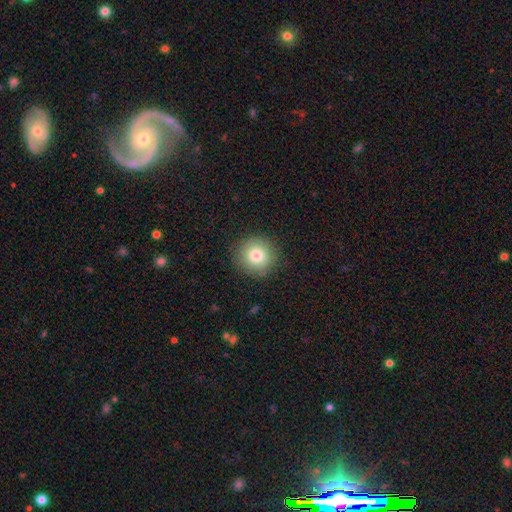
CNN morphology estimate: smooth-or-featured: smooth: 81% | star or artifact: 10% | featured or disk: 9%
  how-rounded: round: 94% | in between: 6% | cigar-shaped: 1%
  merging: none: 89% | minor disturbance: 7% | major disturbance: 2% | merger: 1%